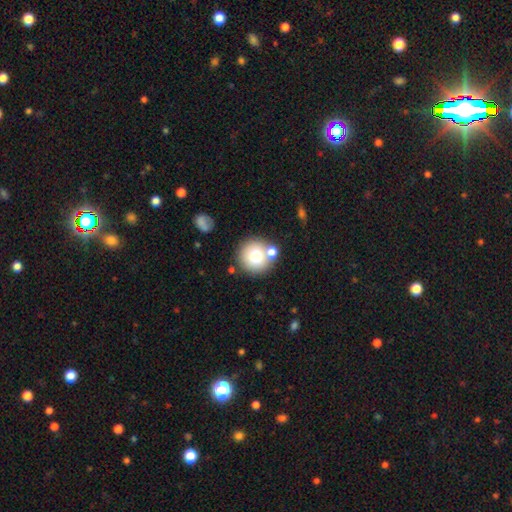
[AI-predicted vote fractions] Overall: smooth (75%). How rounded: round (93%). Merging: none (68%).